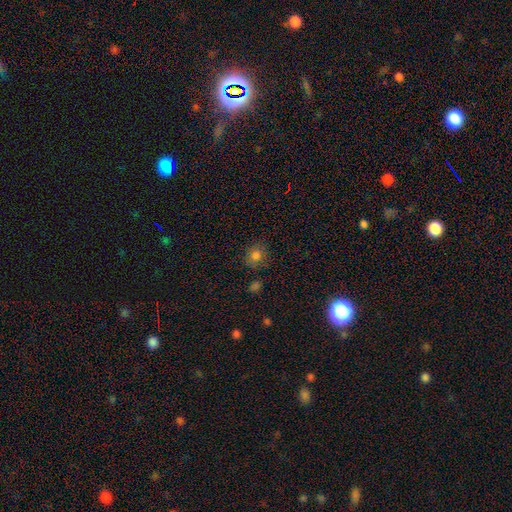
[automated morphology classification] This is likely a smooth galaxy (79%). How rounded: likely round (70%). Merging: likely none (80%).